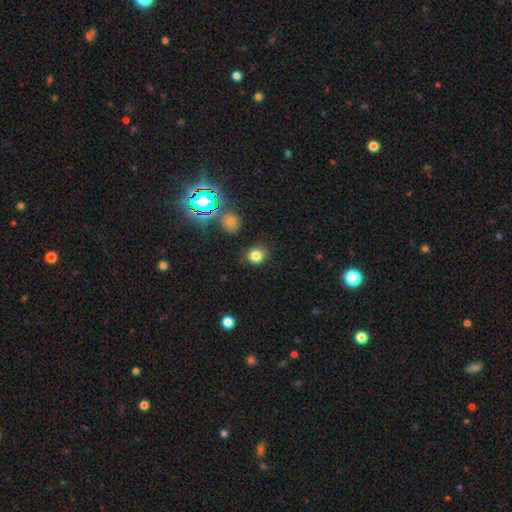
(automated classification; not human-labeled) A smooth galaxy with no disk features (79%) that is round (78%).

Vote fractions:
- Smooth or featured? smooth: 79% / star or artifact: 15% / featured or disk: 6%
- How rounded? round: 78% / in between: 21% / cigar-shaped: 1%
- Merging? none: 83% / minor disturbance: 11% / major disturbance: 3% / merger: 2%